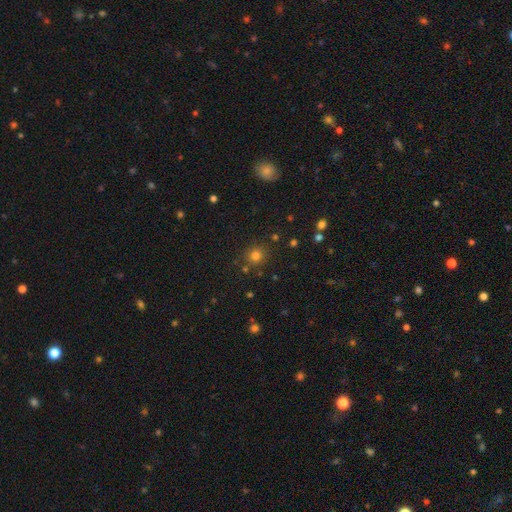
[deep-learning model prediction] This is likely a smooth galaxy (76%). How rounded: clearly round (90%). Merging: clearly none (84%).